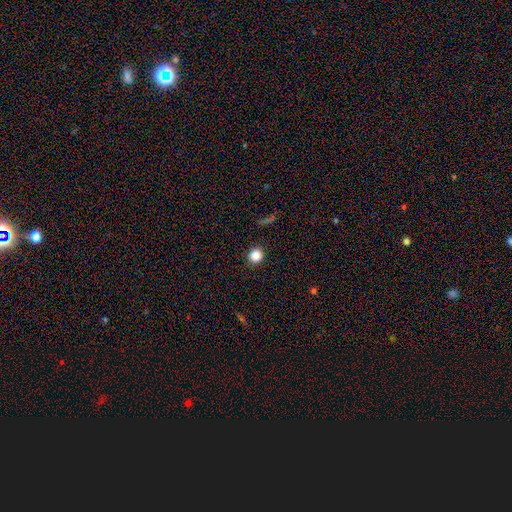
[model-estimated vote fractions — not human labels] This is clearly a smooth galaxy (84%). How rounded: clearly round (86%). Merging: clearly none (91%).